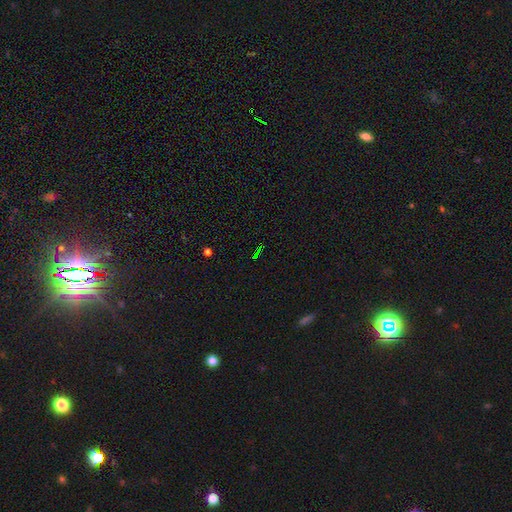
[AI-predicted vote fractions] Q: Smooth or featured?
A: star or artifact (76%); runner-up: smooth (14%)